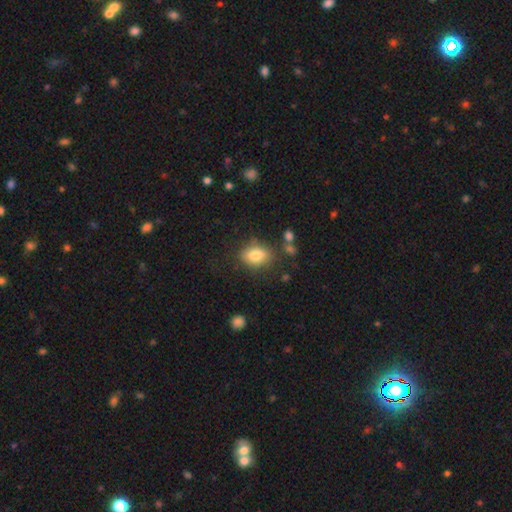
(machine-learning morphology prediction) Smooth or featured?
  - smooth: 79% *
  - featured or disk: 13%
  - star or artifact: 9%
How rounded?
  - in between: 76% *
  - round: 22%
  - cigar-shaped: 3%
Merging?
  - none: 75% *
  - minor disturbance: 16%
  - major disturbance: 5%
  - merger: 4%